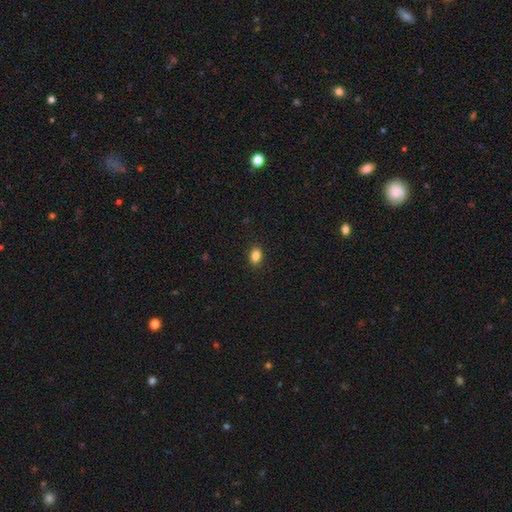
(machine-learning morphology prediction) This is clearly a smooth galaxy (85%). How rounded: likely in between (76%). Merging: clearly none (89%).